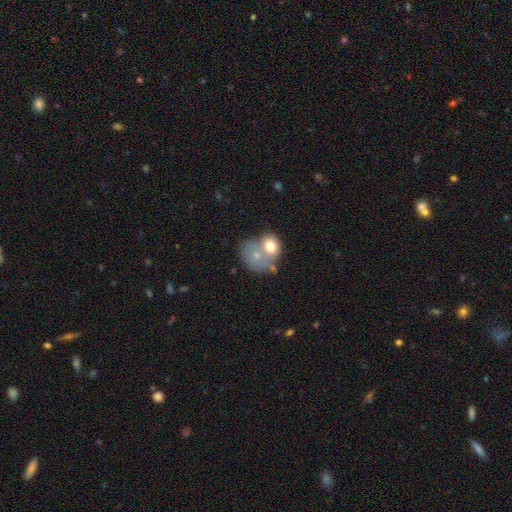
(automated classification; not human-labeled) The model was most divided on "how rounded": round: 56%, in between: 43%, cigar-shaped: 1%. More confident: smooth or featured — smooth (67%); merging — merger (65%).